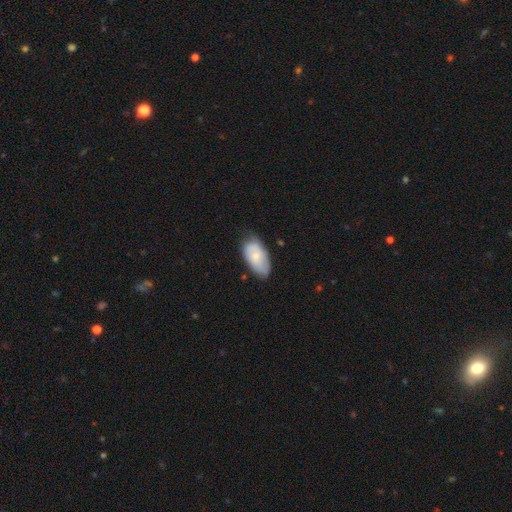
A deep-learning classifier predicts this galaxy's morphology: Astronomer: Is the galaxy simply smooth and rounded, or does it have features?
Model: smooth — 60%.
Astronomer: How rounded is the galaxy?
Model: in between — 94%.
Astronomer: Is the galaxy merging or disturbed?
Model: none — 65%.